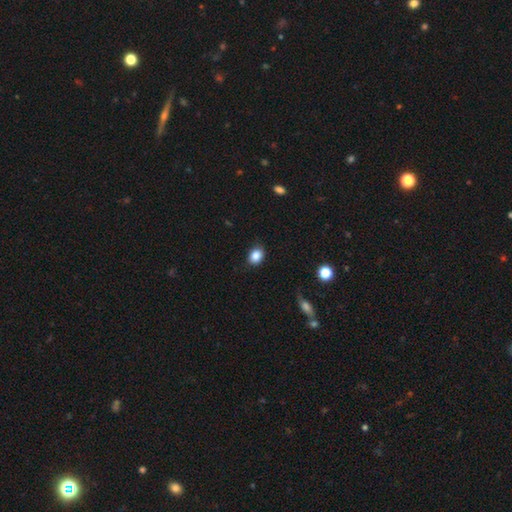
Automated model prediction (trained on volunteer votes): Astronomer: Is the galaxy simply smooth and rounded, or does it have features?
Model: smooth — 86%.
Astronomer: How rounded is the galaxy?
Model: in between — 65%.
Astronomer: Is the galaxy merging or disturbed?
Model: none — 84%.